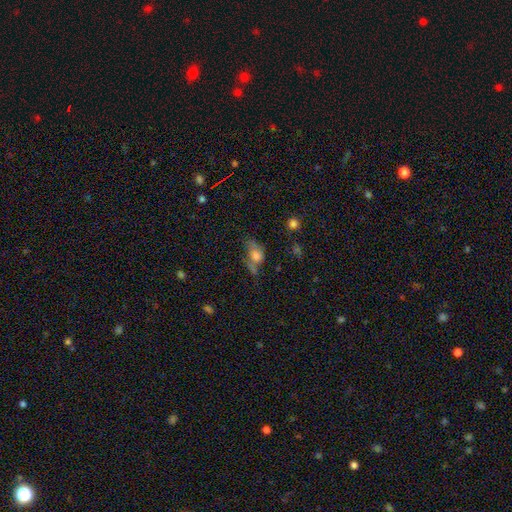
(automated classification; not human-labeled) This is likely a smooth galaxy (60%). How rounded: likely in between (71%). Merging: marginally none (34%).